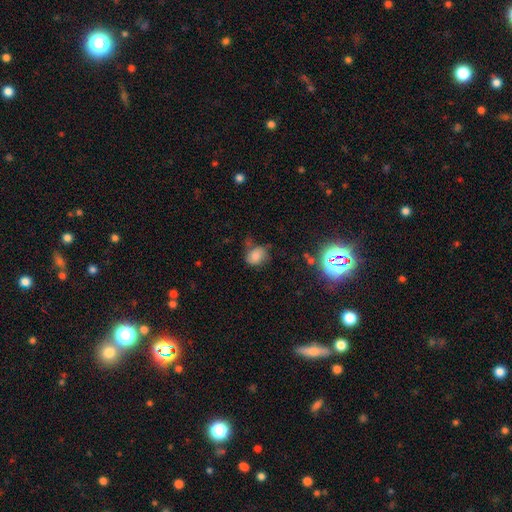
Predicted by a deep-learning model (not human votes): A smooth galaxy with no disk features (71%) that is in between round and cigar-shaped (56%).

Vote fractions:
- Smooth or featured? smooth: 71% / star or artifact: 15% / featured or disk: 14%
- How rounded? in between: 56% / round: 43% / cigar-shaped: 1%
- Merging? none: 46% / minor disturbance: 31% / major disturbance: 16% / merger: 6%